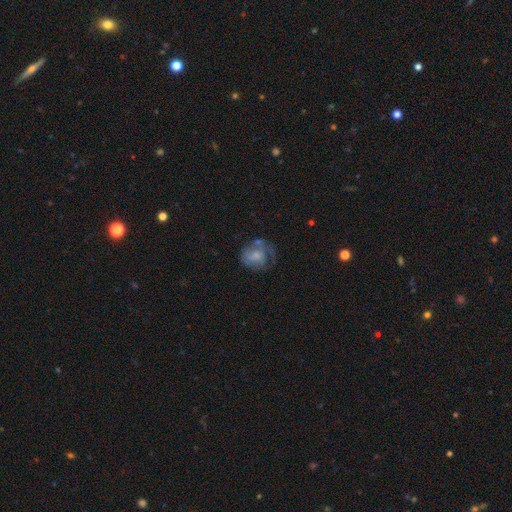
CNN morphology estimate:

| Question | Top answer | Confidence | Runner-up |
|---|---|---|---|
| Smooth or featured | smooth | 46% | featured or disk (45%) |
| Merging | none | 39% | major disturbance (29%) |